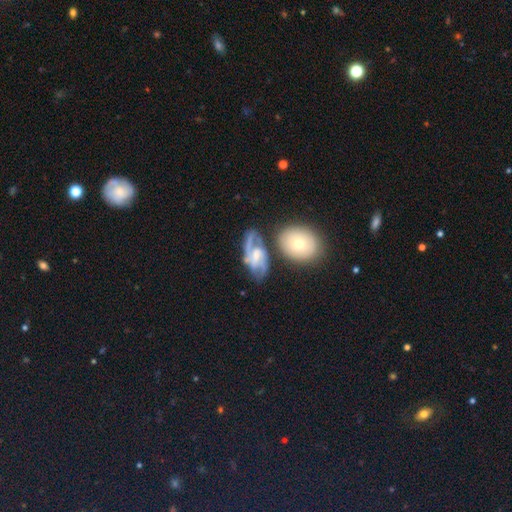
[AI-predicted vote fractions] smooth_or_featured: featured or disk (p=0.78) [alt: smooth p=0.15]
disk_edge_on: no (p=0.96) [alt: yes p=0.04]
bar: weak (p=0.49) [alt: no p=0.35]
has_spiral_arms: yes (p=0.91) [alt: no p=0.09]
spiral_winding: medium (p=0.49) [alt: loose p=0.32]
spiral_arm_count: 2 (p=0.74) [alt: can't tell p=0.10]
bulge_size: small (p=0.52) [alt: moderate p=0.36]
merging: none (p=0.49) [alt: minor disturbance p=0.20]